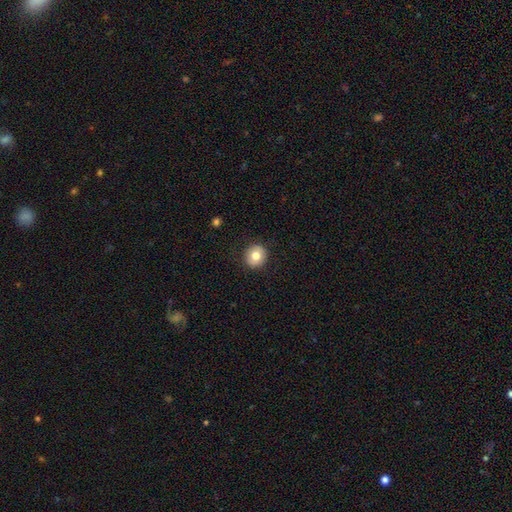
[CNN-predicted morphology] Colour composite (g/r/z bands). It shows a smooth galaxy with no disk features (78%) that is round (89%). Merging: none (91%).